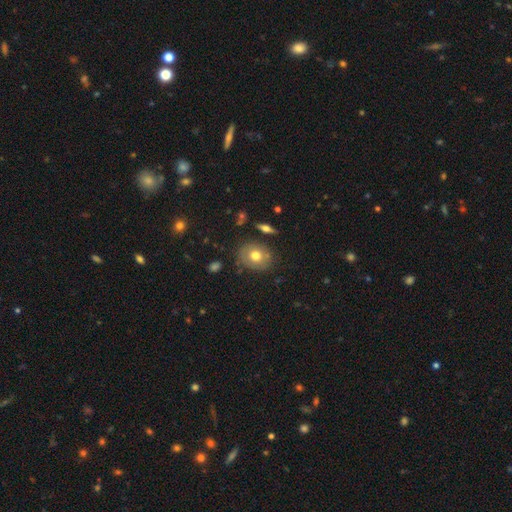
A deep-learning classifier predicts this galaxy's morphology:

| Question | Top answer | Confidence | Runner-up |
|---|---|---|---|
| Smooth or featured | smooth | 65% | featured or disk (26%) |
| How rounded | round | 61% | in between (38%) |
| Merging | none | 76% | minor disturbance (16%) |